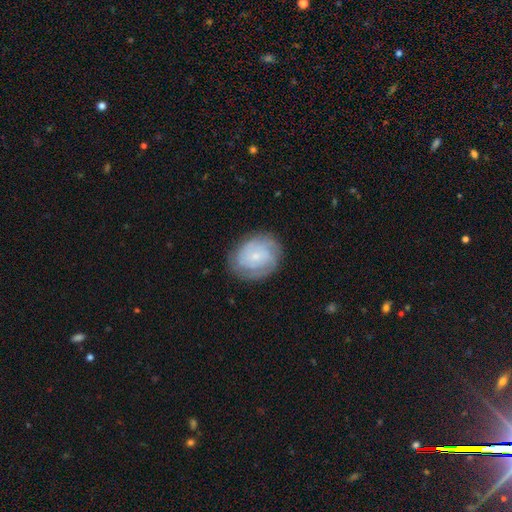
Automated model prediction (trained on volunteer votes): Overall: featured or disk (64%; smooth 28%). Edge-on disk: no (97%). Bar: no (72%). Spiral arms: yes (88%). Spiral arm count: can't tell (45%; 2 19%). Spiral winding: tight (66%). Bulge size: small (77%). Merging: none (78%).